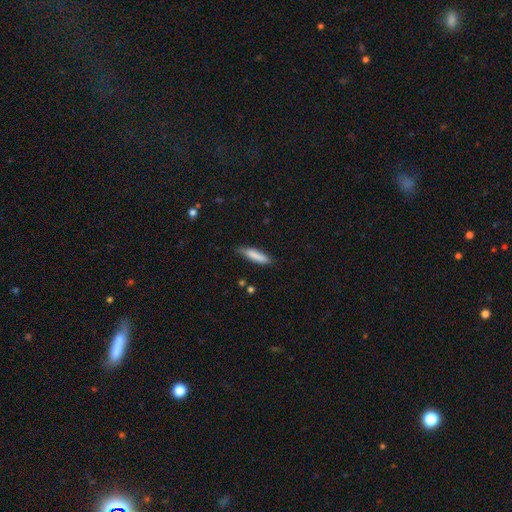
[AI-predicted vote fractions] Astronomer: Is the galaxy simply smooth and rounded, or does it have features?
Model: smooth — 82%.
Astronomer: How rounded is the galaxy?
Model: cigar-shaped — 78%.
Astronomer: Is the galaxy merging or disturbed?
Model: none — 76%.